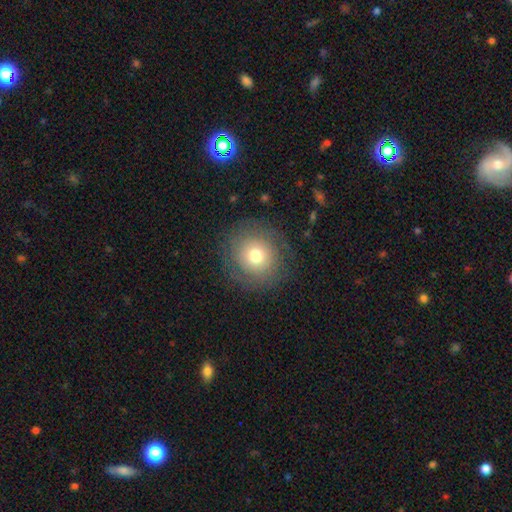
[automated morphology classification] Smooth or featured? Predicted: smooth (p=0.65). How rounded? Predicted: round (p=0.90). Merging? Predicted: none (p=0.82).